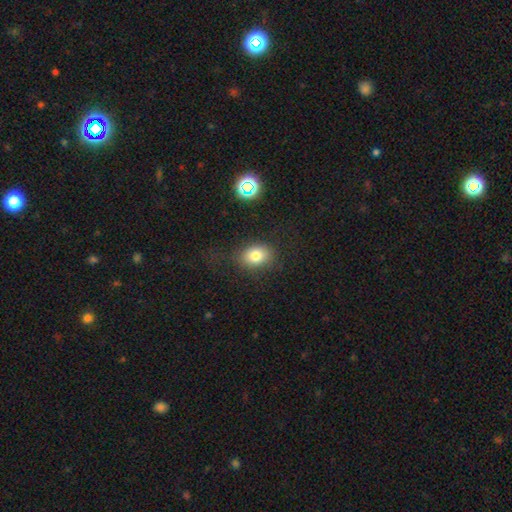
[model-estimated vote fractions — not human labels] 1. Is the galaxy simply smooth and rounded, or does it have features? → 78% smooth, 12% star or artifact, 10% featured or disk.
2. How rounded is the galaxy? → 64% in between, 35% round, 1% cigar-shaped.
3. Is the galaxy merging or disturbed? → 77% none, 14% minor disturbance, 7% major disturbance, 2% merger.